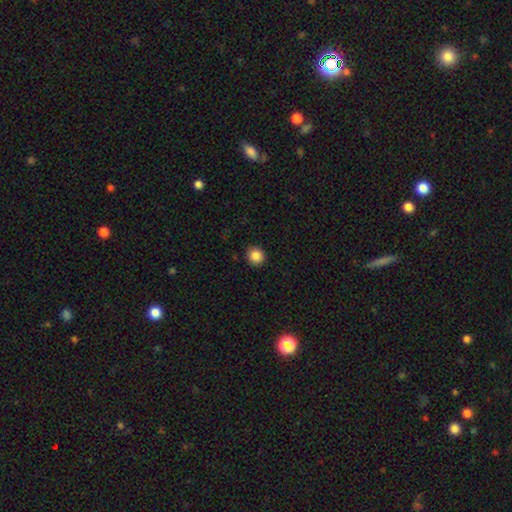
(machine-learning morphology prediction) A smooth galaxy with no disk features (86%) that is round (91%).

Vote fractions:
- Smooth or featured? smooth: 86% / star or artifact: 10% / featured or disk: 4%
- How rounded? round: 91% / in between: 8% / cigar-shaped: 1%
- Merging? none: 92% / minor disturbance: 6% / major disturbance: 2% / merger: 1%